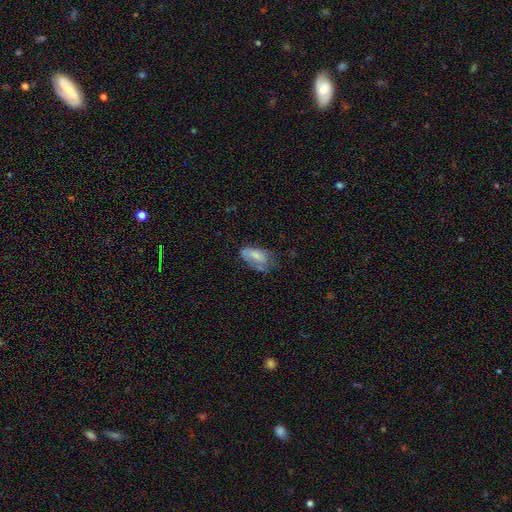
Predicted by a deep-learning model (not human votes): The model was most divided on "merging": none: 40%, minor disturbance: 35%, major disturbance: 22%, merger: 4%. More confident: how rounded — in between (89%); smooth or featured — smooth (66%).